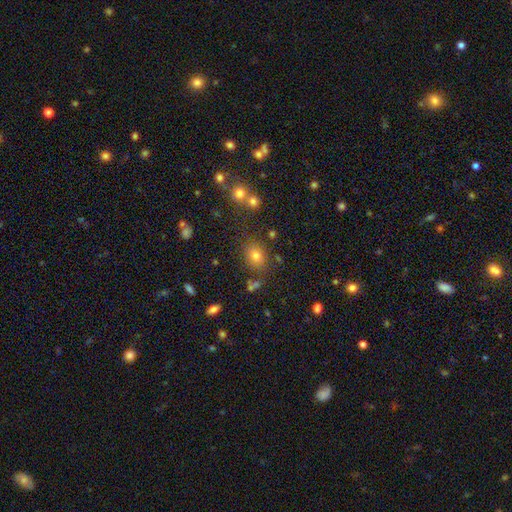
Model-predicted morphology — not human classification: A smooth galaxy with no disk features (72%) that is round (52%).

Vote fractions:
- Smooth or featured? smooth: 72% / star or artifact: 18% / featured or disk: 10%
- How rounded? round: 52% / in between: 46% / cigar-shaped: 1%
- Merging? none: 78% / minor disturbance: 12% / merger: 7% / major disturbance: 4%